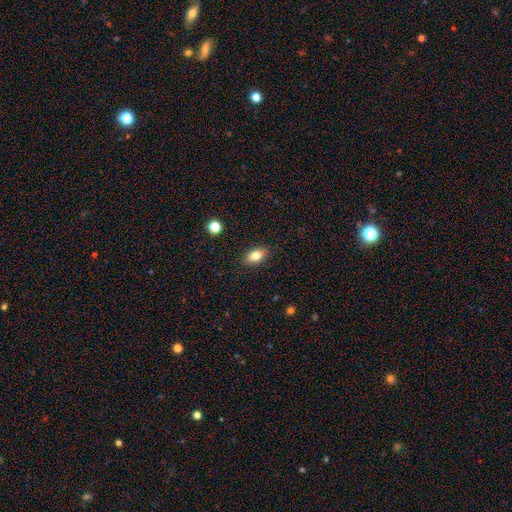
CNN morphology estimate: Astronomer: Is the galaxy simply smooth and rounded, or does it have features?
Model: smooth — 81%.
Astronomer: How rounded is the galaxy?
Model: in between — 82%.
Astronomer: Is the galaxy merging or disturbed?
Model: none — 84%.